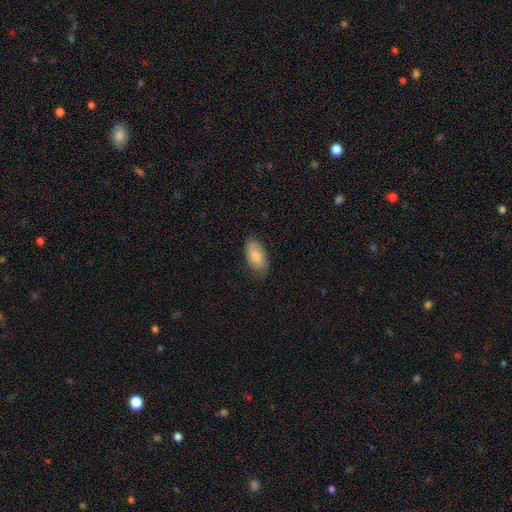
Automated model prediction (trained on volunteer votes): This is likely a smooth galaxy (74%). How rounded: clearly in between (94%). Merging: likely none (74%).